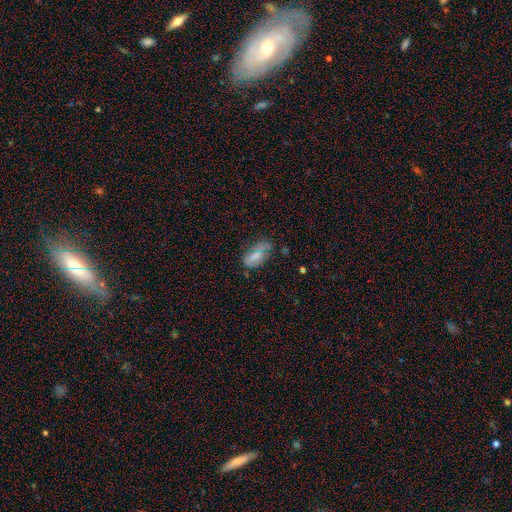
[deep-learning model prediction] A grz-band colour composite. It shows a smooth galaxy with no disk features (72%) that is in between round and cigar-shaped (88%). Merging: none (47%).